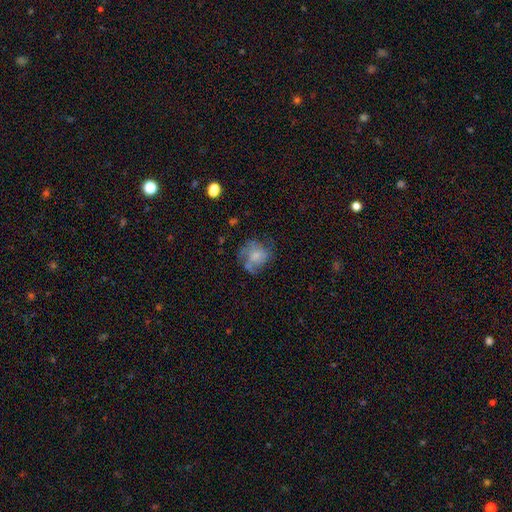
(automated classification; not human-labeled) Smooth or featured? Predicted: smooth (p=0.46). Merging? Predicted: none (p=0.46).